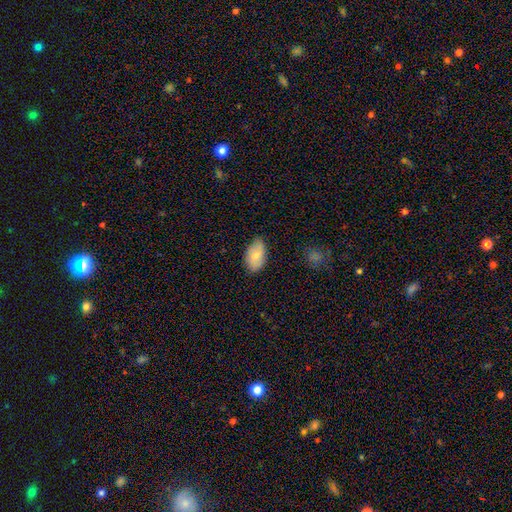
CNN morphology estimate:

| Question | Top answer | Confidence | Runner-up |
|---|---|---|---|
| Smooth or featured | smooth | 77% | featured or disk (16%) |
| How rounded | in between | 94% | round (4%) |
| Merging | none | 74% | minor disturbance (21%) |